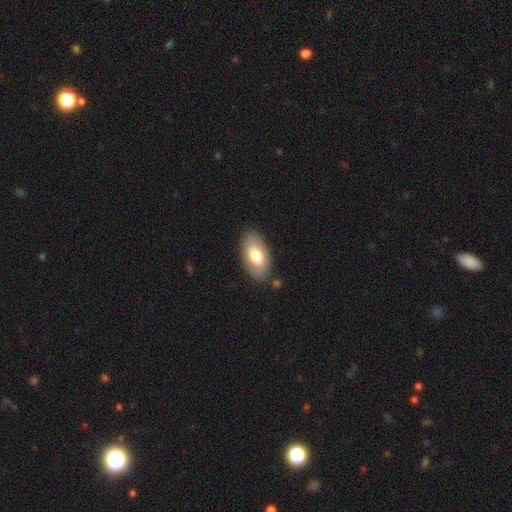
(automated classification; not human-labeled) Smooth or featured: smooth — 70% (featured or disk — 24%)
How rounded: in between — 94% (round — 3%)
Merging: none — 83% (minor disturbance — 12%)